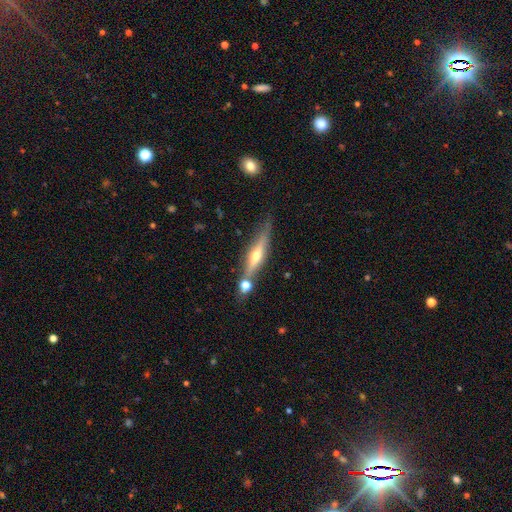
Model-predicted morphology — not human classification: Smooth or featured?
  - featured or disk: 68% *
  - smooth: 25%
  - star or artifact: 7%
Edge-on disk?
  - yes: 94% *
  - no: 6%
Edge-on bulge?
  - rounded: 91% *
  - none: 6%
  - boxy: 4%
Merging?
  - none: 72% *
  - minor disturbance: 13%
  - merger: 11%
  - major disturbance: 4%